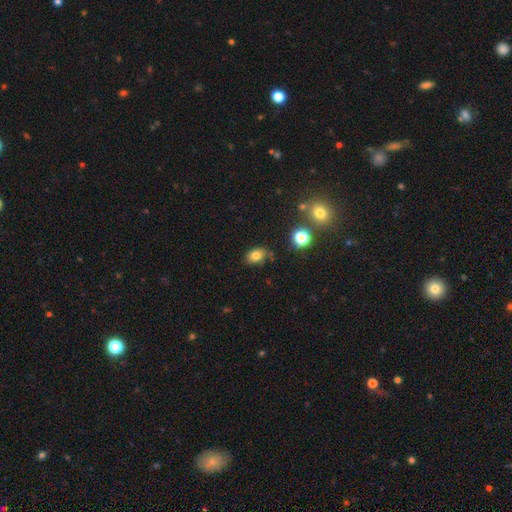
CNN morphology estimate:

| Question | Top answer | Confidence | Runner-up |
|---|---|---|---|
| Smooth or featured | smooth | 78% | star or artifact (14%) |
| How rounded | in between | 68% | round (31%) |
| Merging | none | 77% | minor disturbance (15%) |